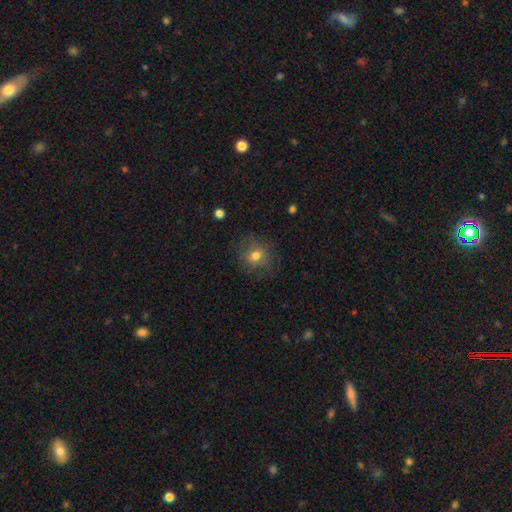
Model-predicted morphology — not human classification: Q: Smooth or featured?
A: smooth (73%); runner-up: featured or disk (15%)
Q: How rounded?
A: round (81%); runner-up: in between (18%)
Q: Merging?
A: none (79%); runner-up: minor disturbance (14%)